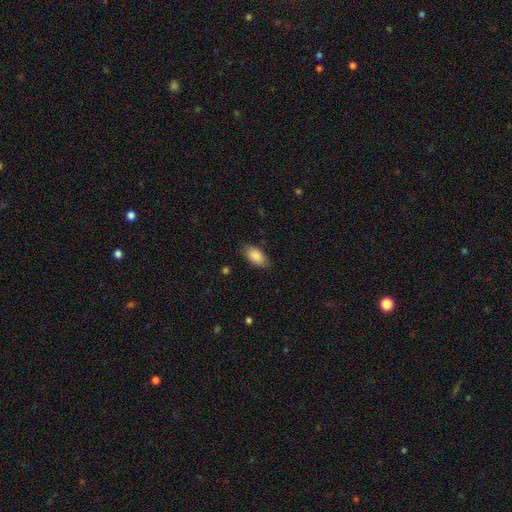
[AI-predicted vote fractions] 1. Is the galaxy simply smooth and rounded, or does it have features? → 88% smooth, 6% star or artifact, 5% featured or disk.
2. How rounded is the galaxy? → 93% in between, 4% cigar-shaped, 3% round.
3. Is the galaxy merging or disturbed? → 81% none, 15% minor disturbance, 3% major disturbance, 1% merger.